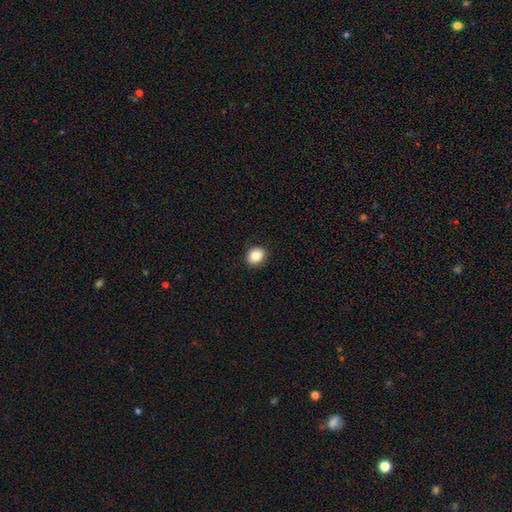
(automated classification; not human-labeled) A smooth galaxy with no disk features (89%) that is round (54%).

Vote fractions:
- Smooth or featured? smooth: 89% / star or artifact: 8% / featured or disk: 3%
- How rounded? round: 54% / in between: 45% / cigar-shaped: 1%
- Merging? none: 89% / minor disturbance: 8% / major disturbance: 2% / merger: 1%